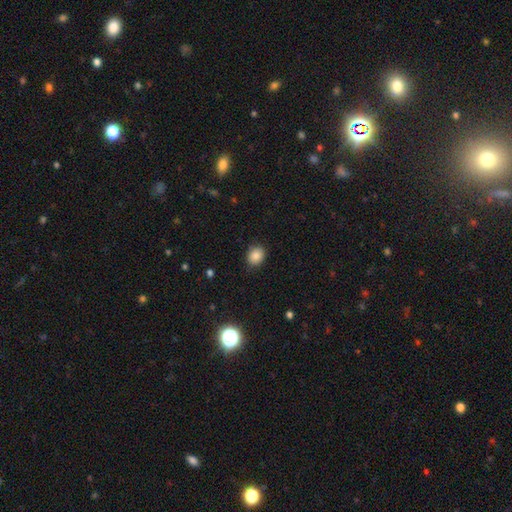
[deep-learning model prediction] A smooth galaxy with no disk features (85%) that is round (51%).

Vote fractions:
- Smooth or featured? smooth: 85% / star or artifact: 10% / featured or disk: 5%
- How rounded? round: 51% / in between: 48% / cigar-shaped: 1%
- Merging? none: 85% / minor disturbance: 11% / major disturbance: 3% / merger: 1%